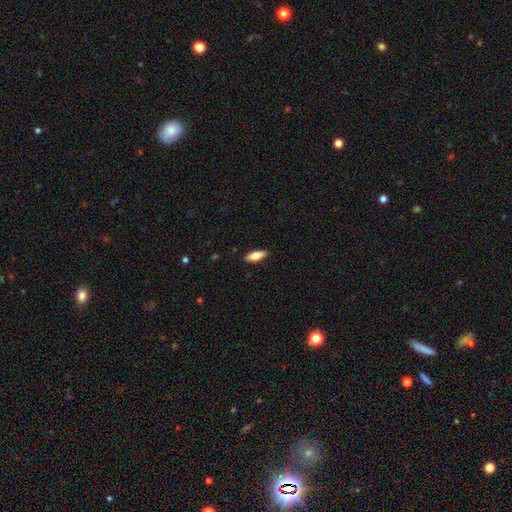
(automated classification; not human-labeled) Smooth or featured? smooth (65%)
How rounded? in between (65%)
Merging? none (89%)